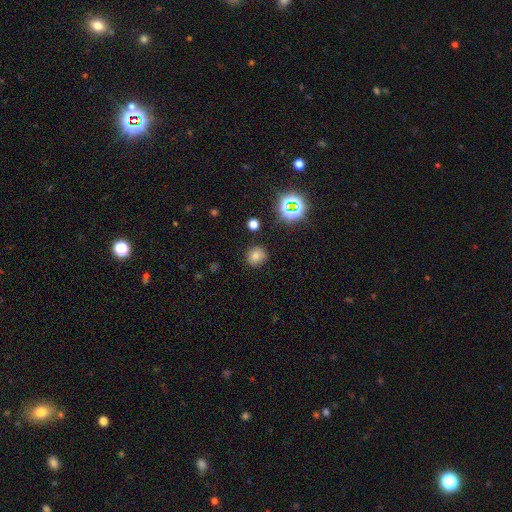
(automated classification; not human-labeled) A smooth galaxy with no disk features (70%) that is round (89%).

Vote fractions:
- Smooth or featured? smooth: 70% / star or artifact: 19% / featured or disk: 11%
- How rounded? round: 89% / in between: 10% / cigar-shaped: 1%
- Merging? none: 86% / minor disturbance: 10% / major disturbance: 3% / merger: 2%